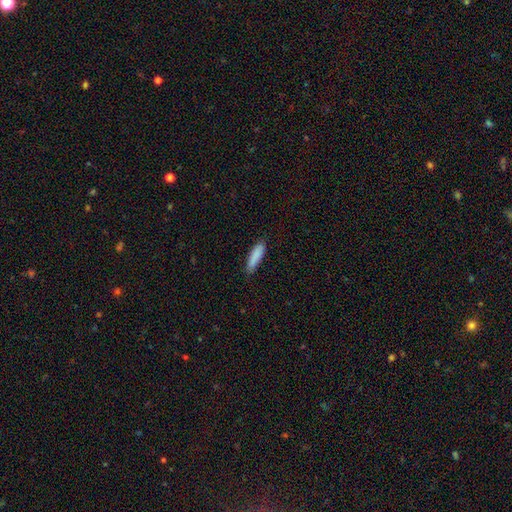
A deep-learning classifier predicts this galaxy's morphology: type=smooth (87%); roundness=cigar-shaped (70%); merging=none (80%).